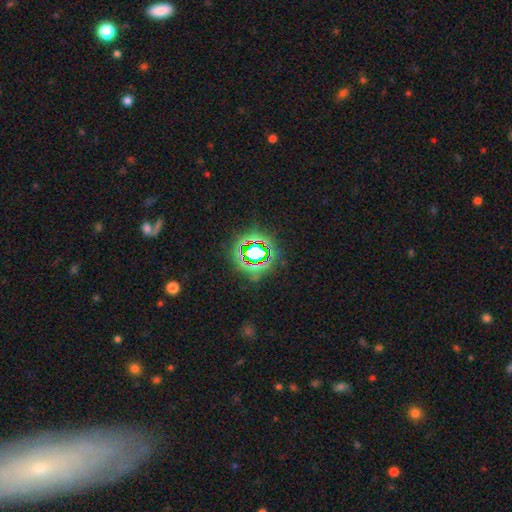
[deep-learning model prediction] A star or artifact, not a galaxy (69%).